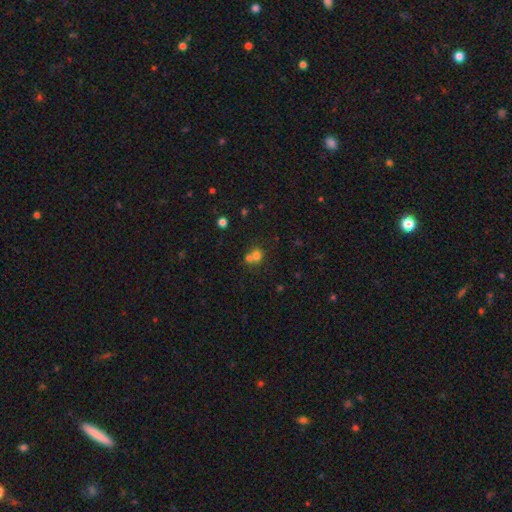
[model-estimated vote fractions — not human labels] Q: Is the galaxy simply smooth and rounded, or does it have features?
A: smooth — 70%.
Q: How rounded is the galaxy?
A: round — 80%.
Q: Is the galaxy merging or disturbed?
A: merger — 52%.